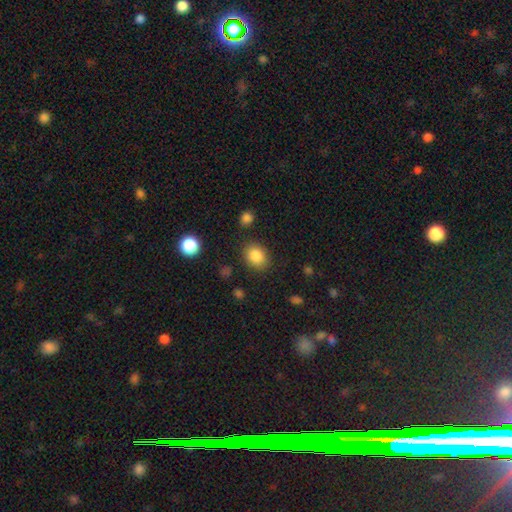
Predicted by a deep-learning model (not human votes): A smooth galaxy with no disk features (85%) that is round (50%).

Vote fractions:
- Smooth or featured? smooth: 85% / star or artifact: 9% / featured or disk: 5%
- How rounded? round: 50% / in between: 49% / cigar-shaped: 1%
- Merging? none: 83% / minor disturbance: 11% / major disturbance: 4% / merger: 2%